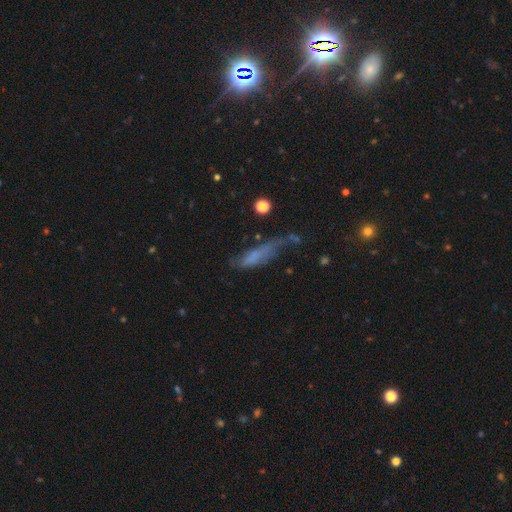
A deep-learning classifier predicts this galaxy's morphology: A smooth galaxy with no disk features (53%) that is cigar-shaped (64%).

Vote fractions:
- Smooth or featured? smooth: 53% / featured or disk: 33% / star or artifact: 14%
- How rounded? cigar-shaped: 64% / in between: 32% / round: 3%
- Merging? major disturbance: 33% / none: 31% / minor disturbance: 29% / merger: 8%